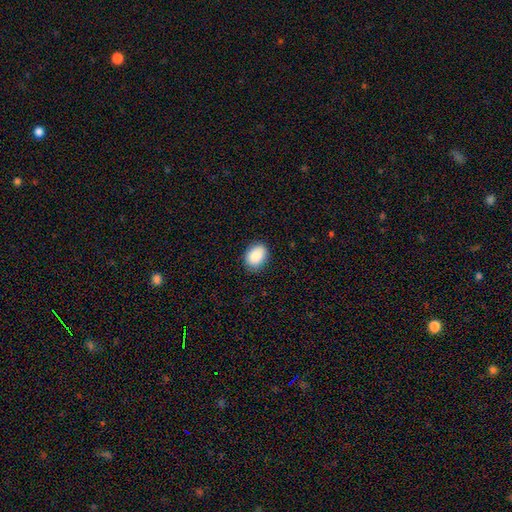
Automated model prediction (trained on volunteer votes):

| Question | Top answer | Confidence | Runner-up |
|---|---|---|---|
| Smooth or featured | smooth | 90% | star or artifact (7%) |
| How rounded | in between | 74% | round (25%) |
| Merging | none | 84% | minor disturbance (12%) |